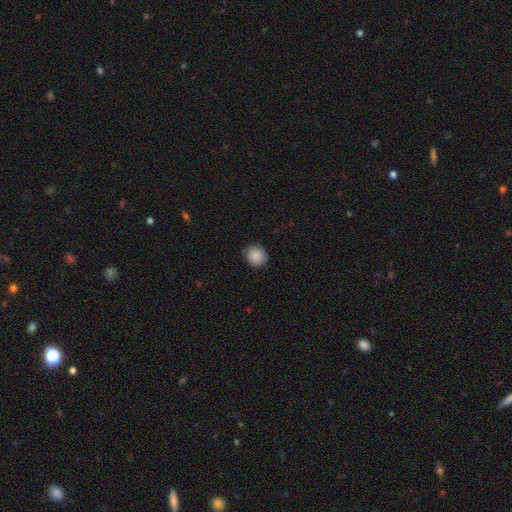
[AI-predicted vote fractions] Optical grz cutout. It shows a smooth galaxy with no disk features (87%) that is round (87%). Merging: none (83%).